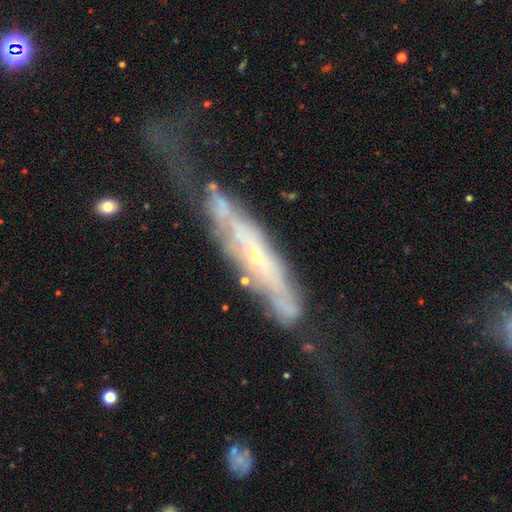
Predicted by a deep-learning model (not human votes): This appears to be a featured or disk galaxy (74%) with not edge-on (50%, tied with yes). Merging: major disturbance (35%).